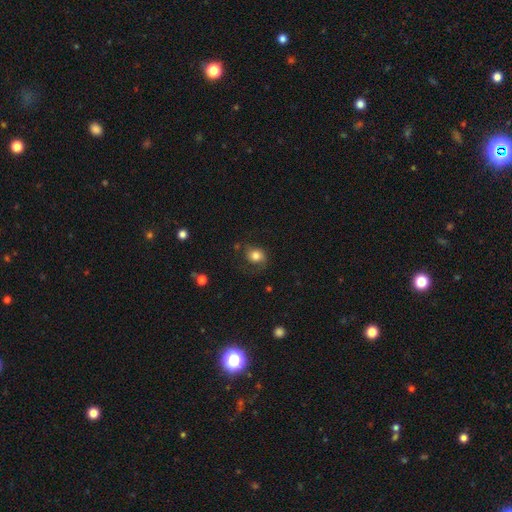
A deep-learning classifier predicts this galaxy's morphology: smooth_or_featured: smooth (p=0.75) [alt: featured or disk p=0.15]
how_rounded: round (p=0.65) [alt: in between p=0.34]
merging: none (p=0.56) [alt: minor disturbance p=0.25]